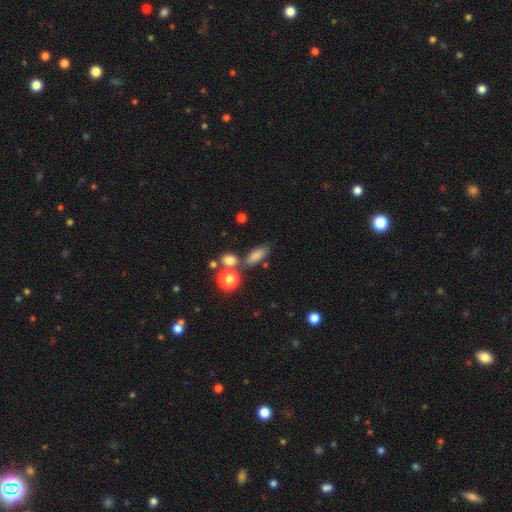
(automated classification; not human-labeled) This is likely a smooth galaxy (67%). How rounded: likely in between (67%). Merging: likely none (67%).